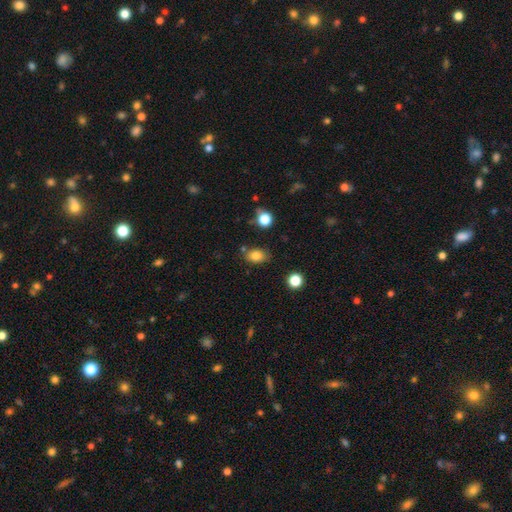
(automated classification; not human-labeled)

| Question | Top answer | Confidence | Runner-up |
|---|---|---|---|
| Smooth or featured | smooth | 83% | star or artifact (11%) |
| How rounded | in between | 73% | round (25%) |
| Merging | none | 72% | minor disturbance (18%) |